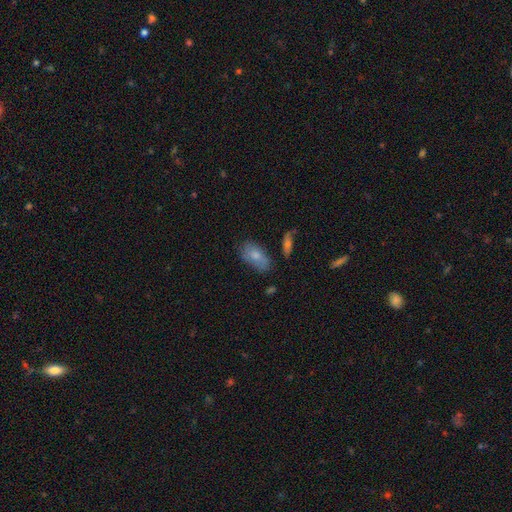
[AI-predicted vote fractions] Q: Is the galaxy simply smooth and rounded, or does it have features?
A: smooth — 76%.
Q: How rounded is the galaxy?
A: in between — 92%.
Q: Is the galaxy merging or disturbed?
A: none — 65%.